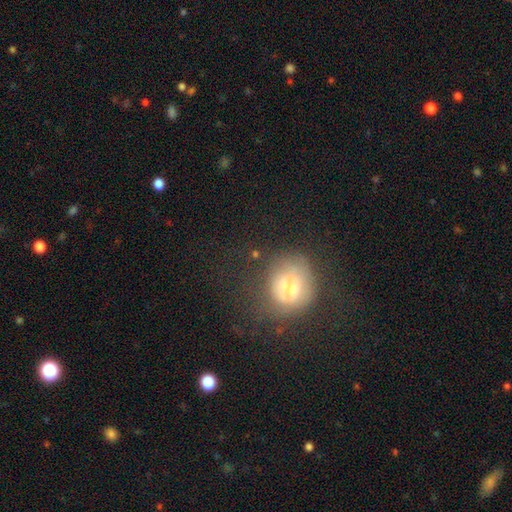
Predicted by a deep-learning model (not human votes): Morphology: type=smooth (62%); roundness=round (81%); merging=none (70%).